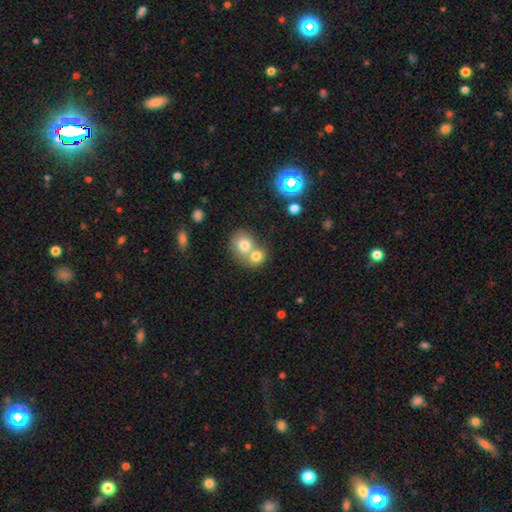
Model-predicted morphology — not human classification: smooth_or_featured: smooth (p=0.74) [alt: featured or disk p=0.15]
how_rounded: round (p=0.70) [alt: in between p=0.29]
merging: merger (p=0.65) [alt: none p=0.27]